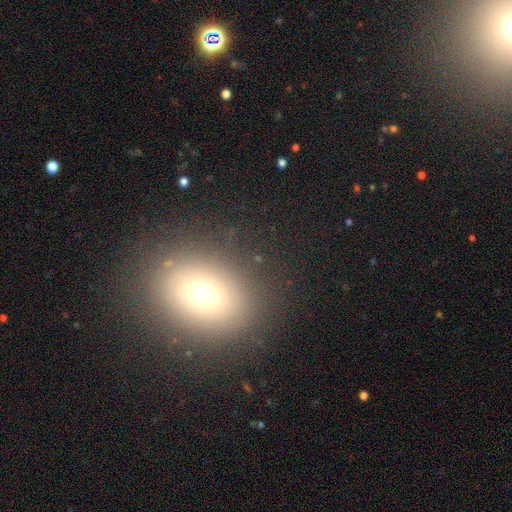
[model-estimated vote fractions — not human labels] smooth-or-featured: smooth: 65% | star or artifact: 21% | featured or disk: 14%
  how-rounded: in between: 53% | round: 45% | cigar-shaped: 2%
  merging: none: 87% | minor disturbance: 8% | major disturbance: 4% | merger: 2%